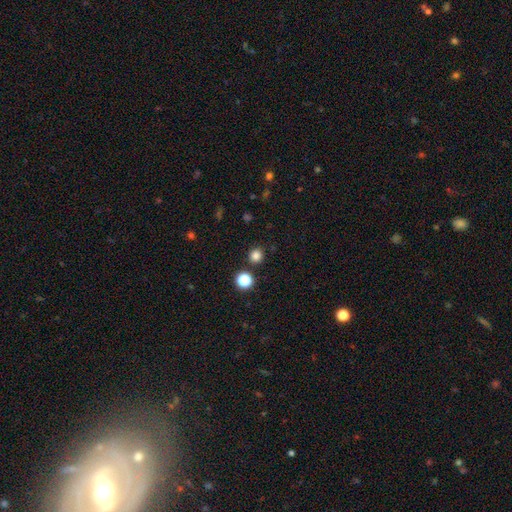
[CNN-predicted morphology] Smooth or featured?
  - smooth: 82% *
  - star or artifact: 15%
  - featured or disk: 4%
How rounded?
  - round: 89% *
  - in between: 10%
  - cigar-shaped: 1%
Merging?
  - none: 89% *
  - minor disturbance: 6%
  - merger: 4%
  - major disturbance: 2%